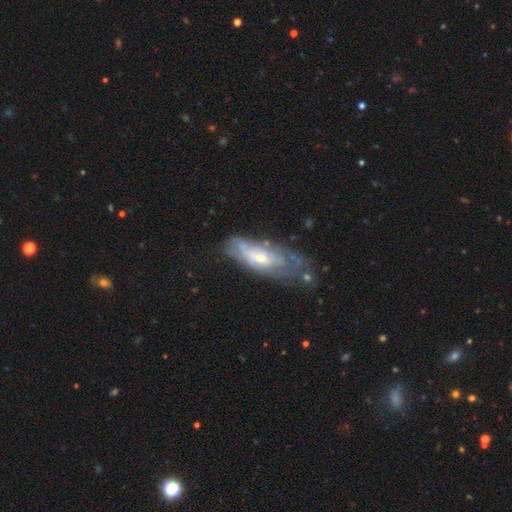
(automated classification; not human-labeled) Q: Smooth or featured?
A: featured or disk (67%); runner-up: smooth (25%)
Q: Edge-on disk?
A: no (83%); runner-up: yes (17%)
Q: Bar?
A: no (70%); runner-up: weak (25%)
Q: Spiral arms?
A: yes (62%); runner-up: no (38%)
Q: Bulge size?
A: small (54%); runner-up: moderate (42%)
Q: Merging?
A: none (48%); runner-up: minor disturbance (29%)